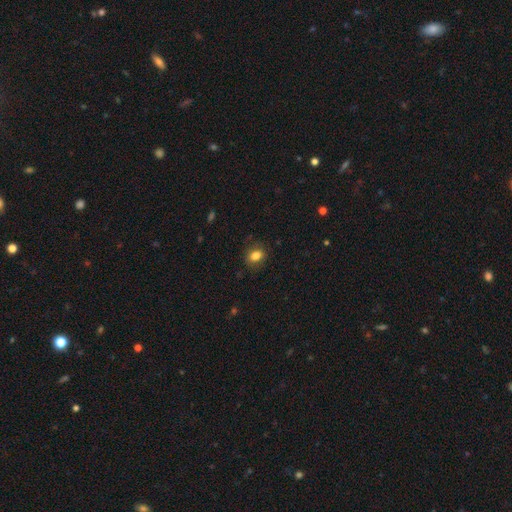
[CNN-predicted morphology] A smooth galaxy with no disk features (82%) that is in between round and cigar-shaped (63%). Merging: none (81%).